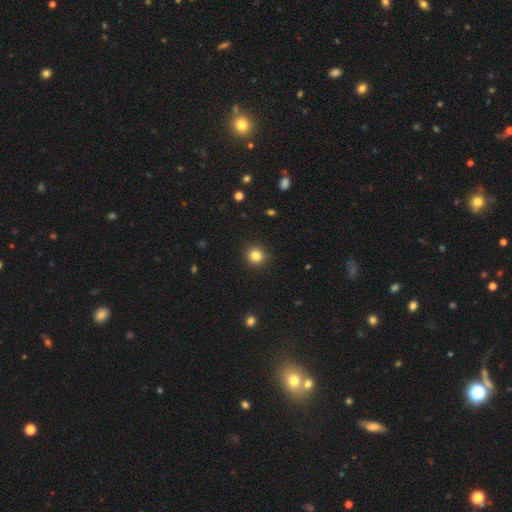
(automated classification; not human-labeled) Smooth or featured? Predicted: smooth (p=0.83). How rounded? Predicted: round (p=0.93). Merging? Predicted: none (p=0.91).